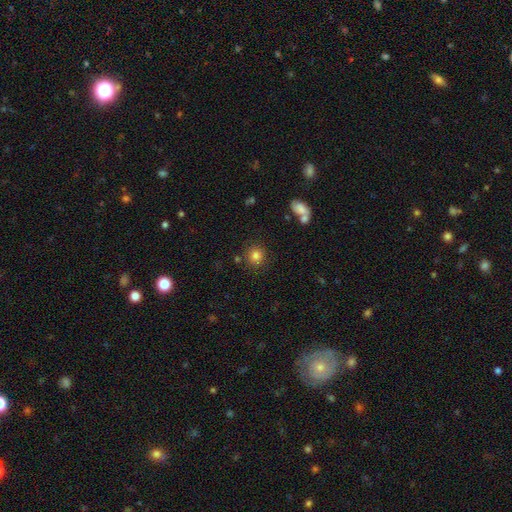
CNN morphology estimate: Smooth or featured?
  - smooth: 81% *
  - star or artifact: 12%
  - featured or disk: 7%
How rounded?
  - round: 89% *
  - in between: 10%
  - cigar-shaped: 1%
Merging?
  - none: 83% *
  - minor disturbance: 9%
  - merger: 5%
  - major disturbance: 3%